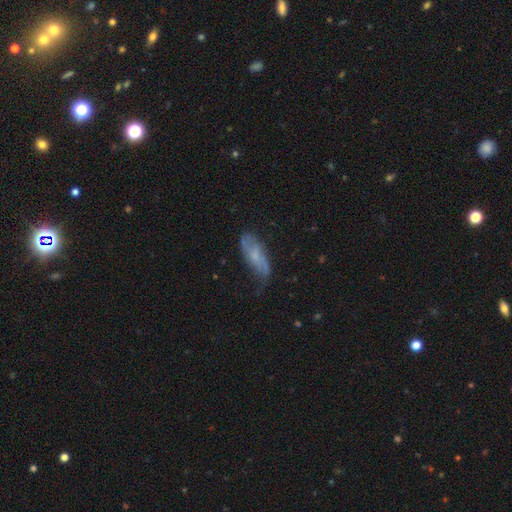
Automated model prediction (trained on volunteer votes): Smooth or featured: featured or disk — 52% (smooth — 40%)
Edge-on disk: no — 86% (yes — 14%)
Merging: none — 48% (minor disturbance — 33%)